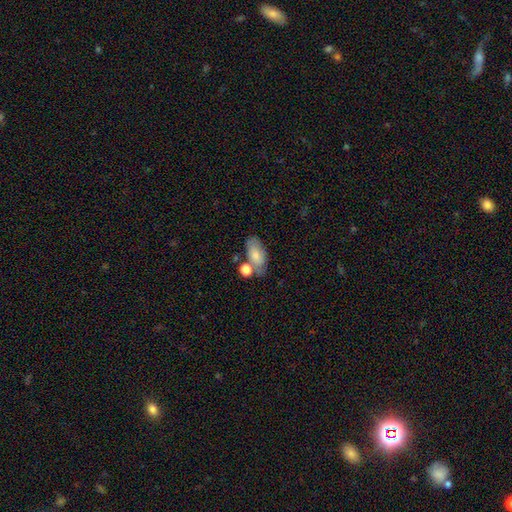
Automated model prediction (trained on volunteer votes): smooth 75%, featured or disk 17%, star or artifact 8%. Down the decision tree: how rounded — in between (90%); merging — none (51%).